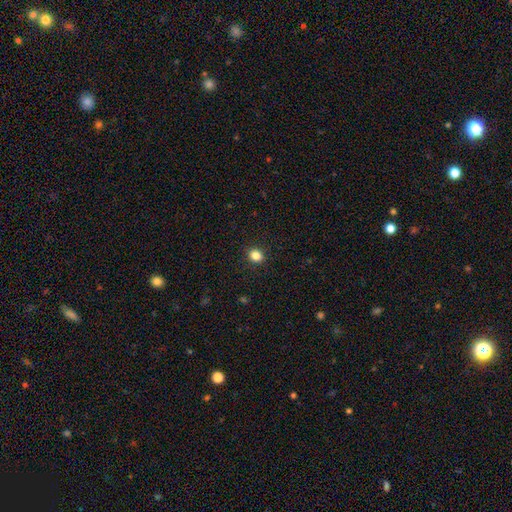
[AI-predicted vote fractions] A smooth galaxy with no disk features (84%) that is round (58%). Merging: none (90%).